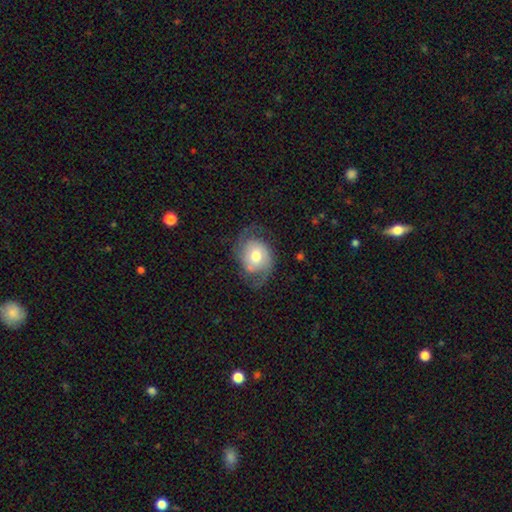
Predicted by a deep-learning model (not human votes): Overall: featured or disk (70%). Edge-on disk: no (97%). Bar: no (67%; weak 27%). Spiral arms: yes (90%). Spiral arm count: 2 (87%). Spiral winding: medium (44%; loose 32%). Bulge size: moderate (69%). Merging: none (65%).